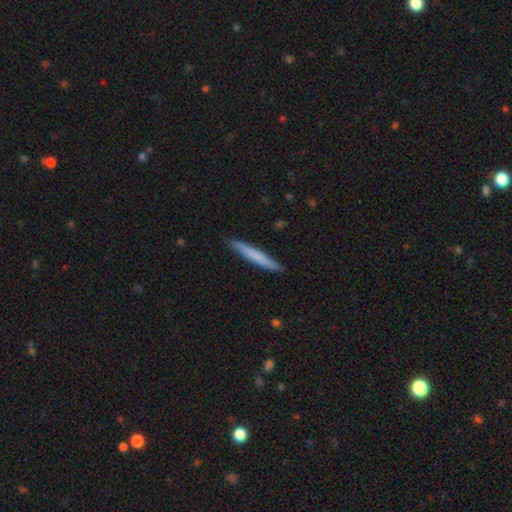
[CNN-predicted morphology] smooth-or-featured: smooth: 70% | featured or disk: 25% | star or artifact: 5%
  how-rounded: cigar-shaped: 96% | in between: 3% | round: 1%
  merging: none: 90% | minor disturbance: 7% | major disturbance: 1% | merger: 1%